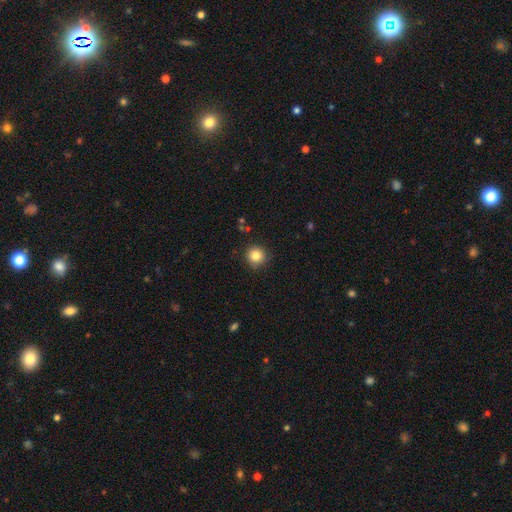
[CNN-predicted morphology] A smooth galaxy with no disk features (84%) that is round (93%). Merging: none (88%).